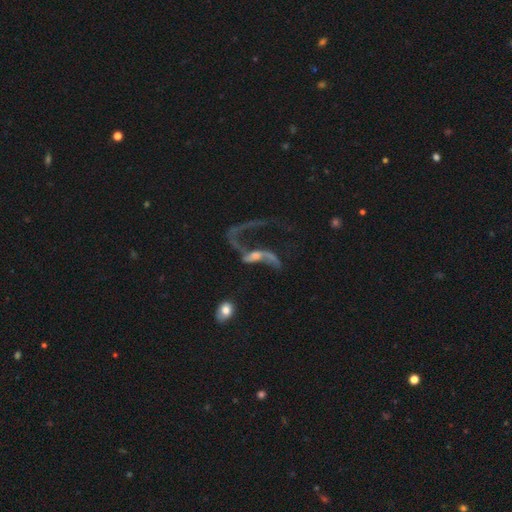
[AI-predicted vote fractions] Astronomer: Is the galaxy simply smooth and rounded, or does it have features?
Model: featured or disk — 83%.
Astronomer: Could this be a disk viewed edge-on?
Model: no — 92%.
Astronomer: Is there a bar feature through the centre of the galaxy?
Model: no — 43% (runner-up: weak, 34%).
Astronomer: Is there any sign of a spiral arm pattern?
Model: yes — 87%.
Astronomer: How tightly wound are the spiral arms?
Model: loose — 90%.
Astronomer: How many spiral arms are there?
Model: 2 — 79%.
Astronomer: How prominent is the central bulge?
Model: small — 49% (runner-up: moderate, 32%).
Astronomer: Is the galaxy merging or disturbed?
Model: major disturbance — 40% (runner-up: none, 37%).